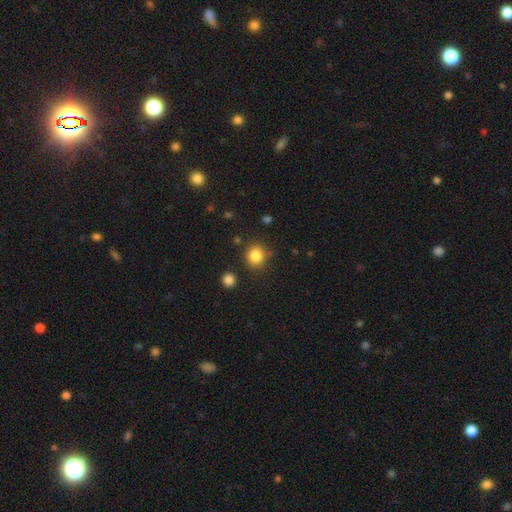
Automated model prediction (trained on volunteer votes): The model was most divided on "how rounded": round: 85%, in between: 14%, cigar-shaped: 1%. More confident: smooth or featured — smooth (84%); merging — none (82%).